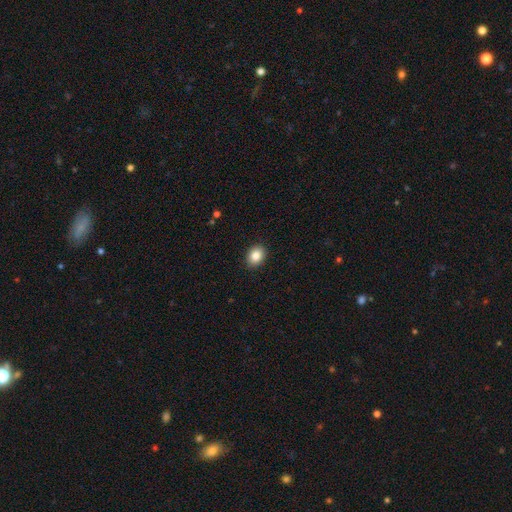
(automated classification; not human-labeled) Smooth or featured? smooth (86%)
How rounded? in between (56%)
Merging? none (90%)